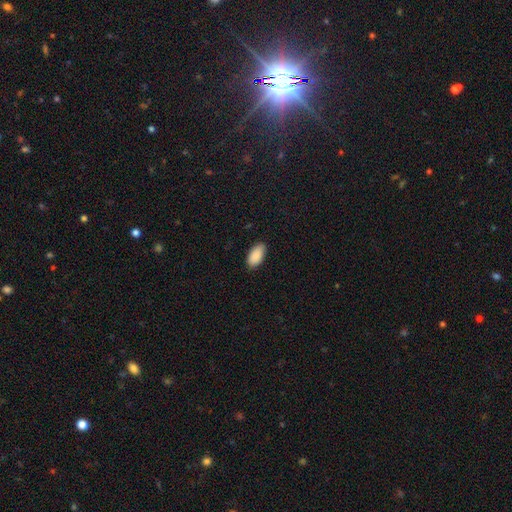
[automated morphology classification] The model was most divided on "merging": none: 85%, minor disturbance: 12%, major disturbance: 2%, merger: 1%. More confident: how rounded — in between (95%); smooth or featured — smooth (90%).